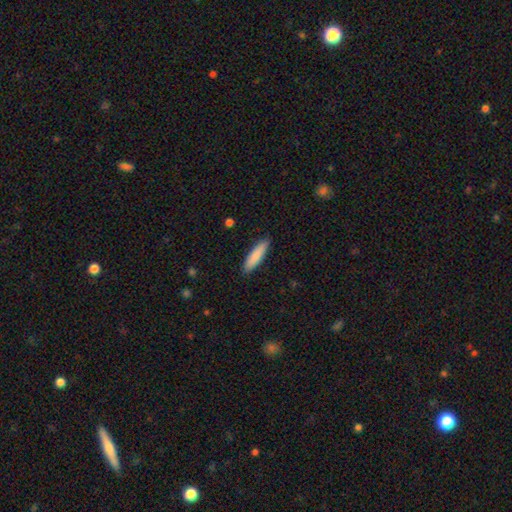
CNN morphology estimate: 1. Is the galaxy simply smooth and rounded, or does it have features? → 86% smooth, 9% featured or disk, 6% star or artifact.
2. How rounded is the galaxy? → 74% cigar-shaped, 25% in between, 1% round.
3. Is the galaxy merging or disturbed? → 89% none, 8% minor disturbance, 2% major disturbance, 1% merger.